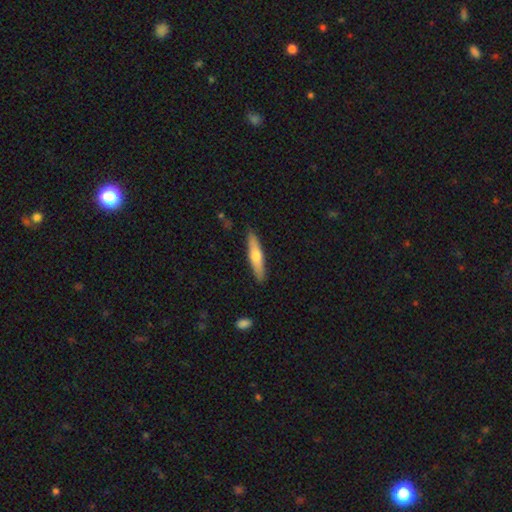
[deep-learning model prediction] Smooth or featured: smooth — 57% (featured or disk — 38%)
How rounded: cigar-shaped — 82% (in between — 16%)
Merging: none — 88% (minor disturbance — 9%)